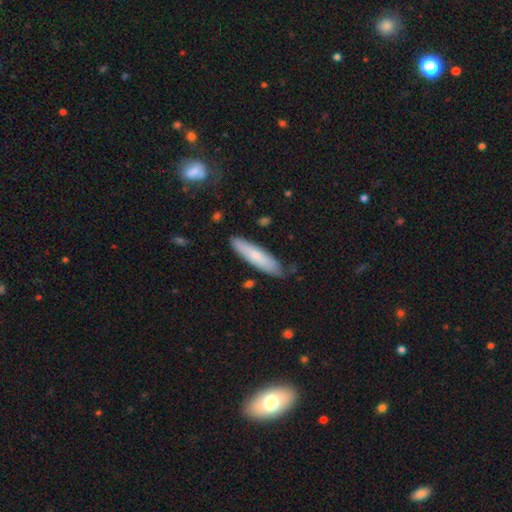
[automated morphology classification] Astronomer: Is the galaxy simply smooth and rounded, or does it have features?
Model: smooth — 72%.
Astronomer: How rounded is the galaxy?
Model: cigar-shaped — 78%.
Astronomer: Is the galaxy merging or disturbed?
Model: none — 81%.